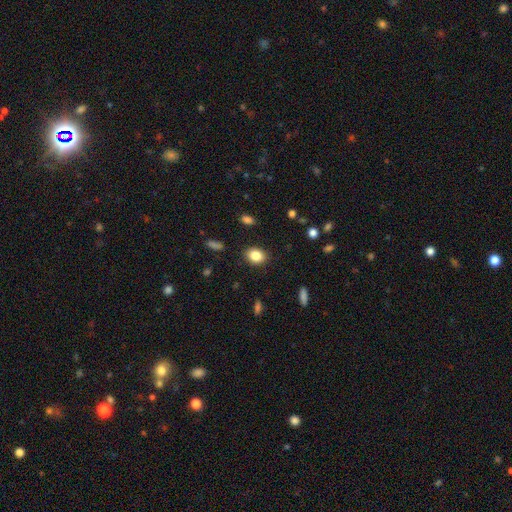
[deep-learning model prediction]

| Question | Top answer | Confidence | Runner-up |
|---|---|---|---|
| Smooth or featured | smooth | 84% | star or artifact (9%) |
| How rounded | in between | 62% | round (37%) |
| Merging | none | 88% | minor disturbance (9%) |